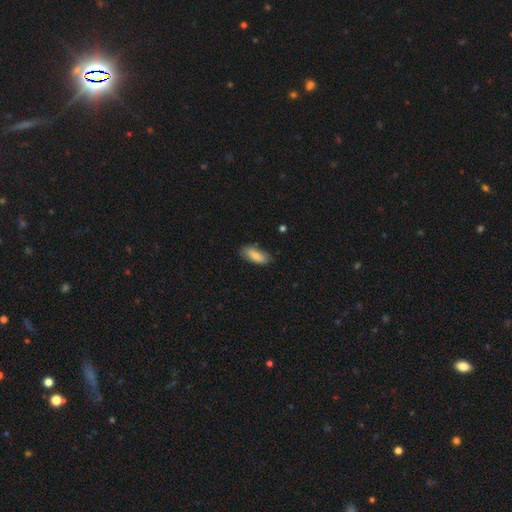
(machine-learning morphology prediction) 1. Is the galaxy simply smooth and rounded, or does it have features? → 82% smooth, 12% featured or disk, 6% star or artifact.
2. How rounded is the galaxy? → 79% in between, 18% cigar-shaped, 2% round.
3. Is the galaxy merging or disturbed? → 79% none, 17% minor disturbance, 3% major disturbance, 1% merger.